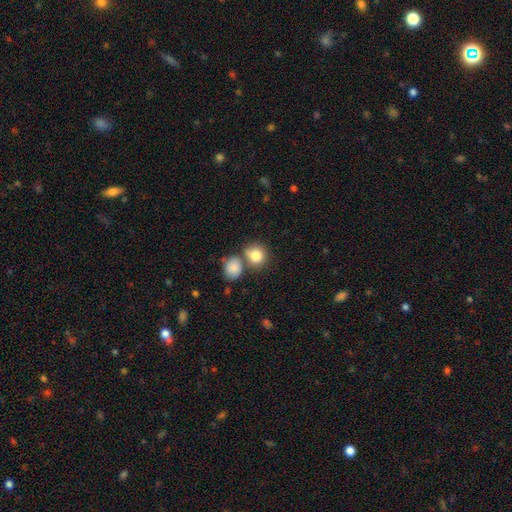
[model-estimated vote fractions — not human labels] This appears to be a smooth galaxy with no disk features (83%) that is round (78%). Merging: none (55%).